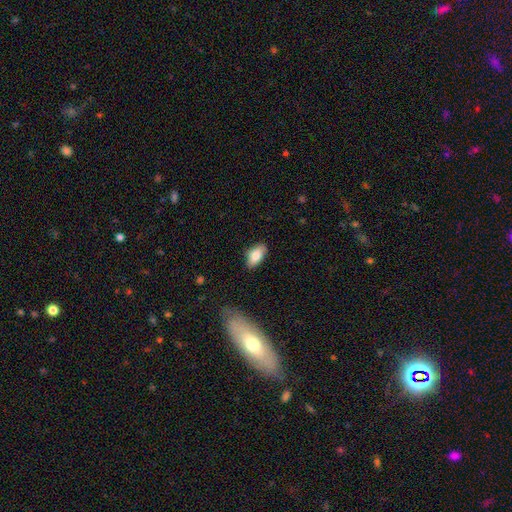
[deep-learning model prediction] A smooth galaxy with no disk features (81%) that is in between round and cigar-shaped (90%).

Vote fractions:
- Smooth or featured? smooth: 81% / featured or disk: 12% / star or artifact: 7%
- How rounded? in between: 90% / cigar-shaped: 7% / round: 3%
- Merging? none: 81% / minor disturbance: 15% / major disturbance: 3% / merger: 2%